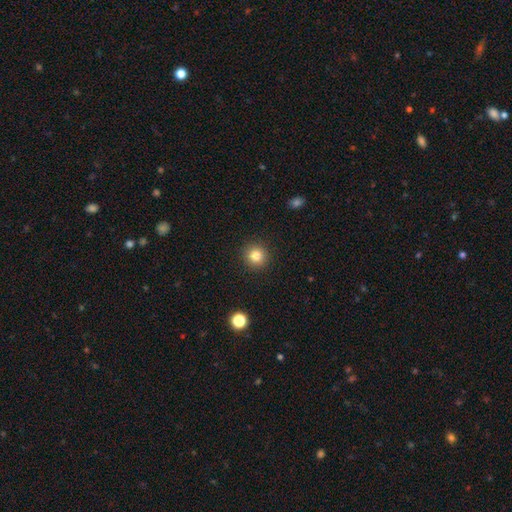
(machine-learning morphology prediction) A smooth galaxy with no disk features (82%) that is round (94%).

Vote fractions:
- Smooth or featured? smooth: 82% / star or artifact: 12% / featured or disk: 6%
- How rounded? round: 94% / in between: 5% / cigar-shaped: 1%
- Merging? none: 92% / minor disturbance: 5% / major disturbance: 2% / merger: 1%